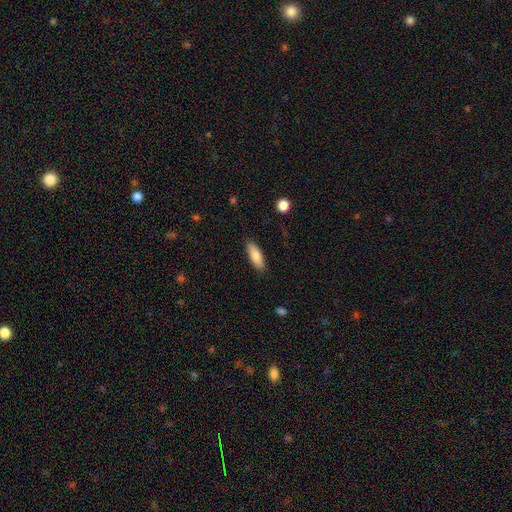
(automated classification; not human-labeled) The model was most divided on "how rounded": in between: 64%, cigar-shaped: 34%, round: 2%. More confident: merging — none (87%); smooth or featured — smooth (83%).